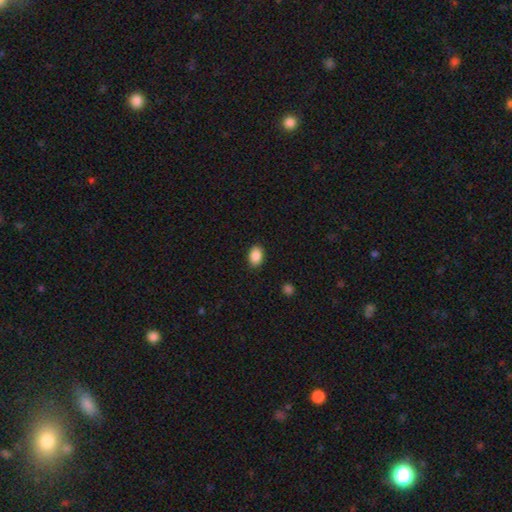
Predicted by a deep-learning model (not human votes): This is clearly a smooth galaxy (89%). How rounded: clearly in between (84%). Merging: clearly none (89%).